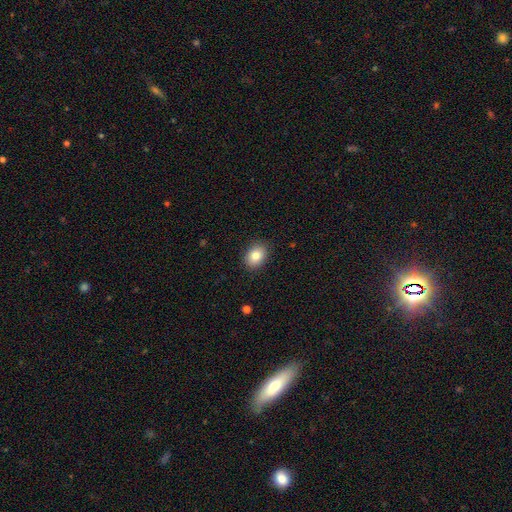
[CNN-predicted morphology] Overall: smooth (84%). How rounded: in between (60%; round 39%). Merging: none (88%).